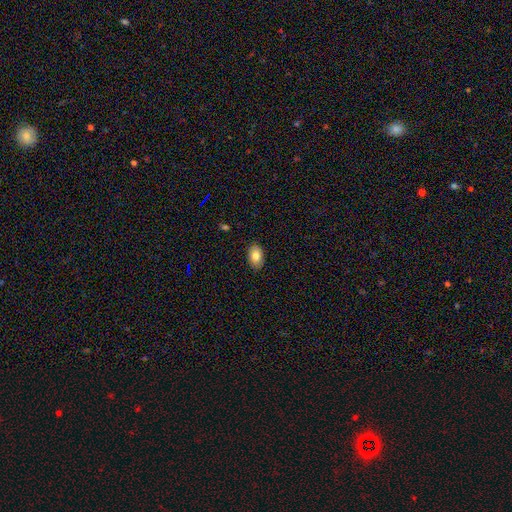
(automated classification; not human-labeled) Smooth or featured? Predicted: smooth (p=0.82). How rounded? Predicted: in between (p=0.87). Merging? Predicted: none (p=0.88).